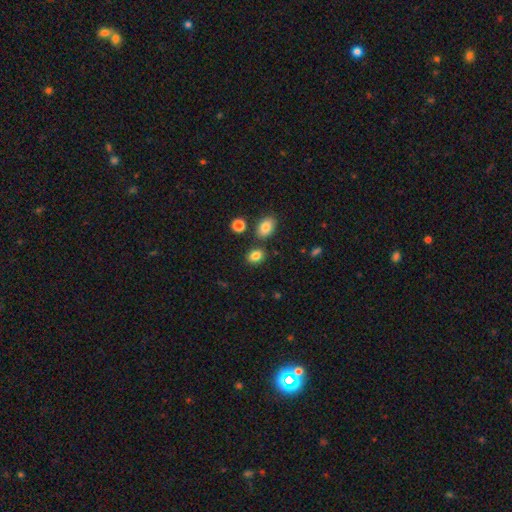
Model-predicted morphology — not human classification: smooth 83%, star or artifact 11%, featured or disk 6%. Down the decision tree: how rounded — in between (59%); merging — none (79%).